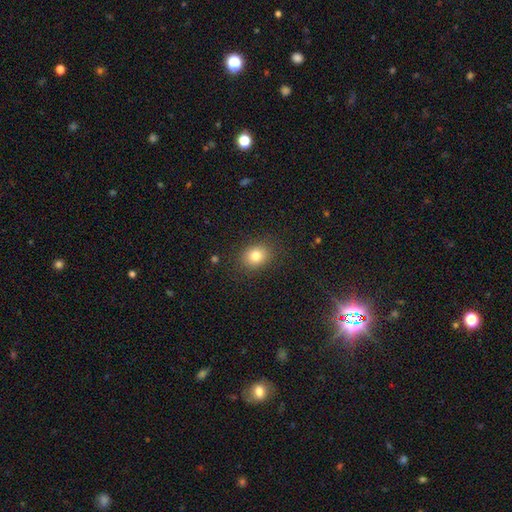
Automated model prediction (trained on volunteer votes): Overall: smooth (81%). How rounded: round (55%; in between 44%). Merging: none (86%).